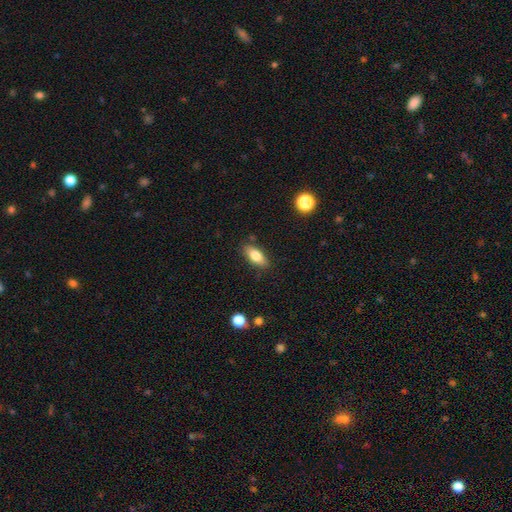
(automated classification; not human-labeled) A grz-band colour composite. It shows a smooth galaxy with no disk features (78%) that is in between round and cigar-shaped (80%). Merging: none (85%).